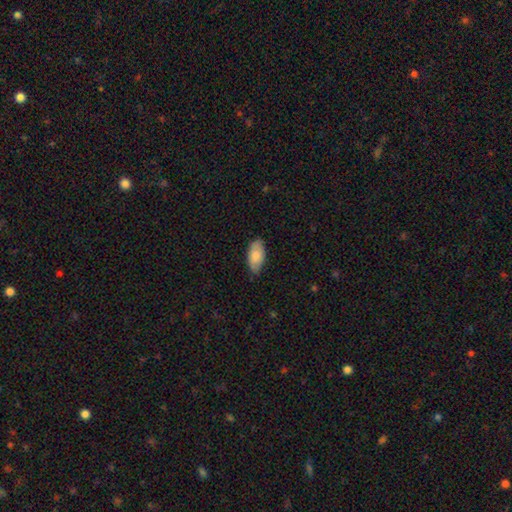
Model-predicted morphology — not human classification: Overall: smooth (84%). How rounded: in between (93%). Merging: none (76%).